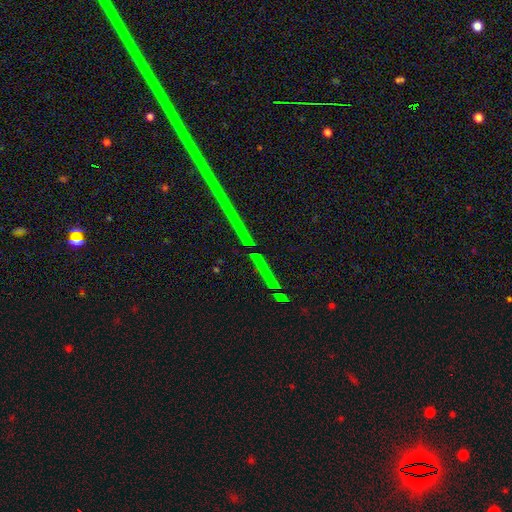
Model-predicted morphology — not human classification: Overall: star or artifact (77%).